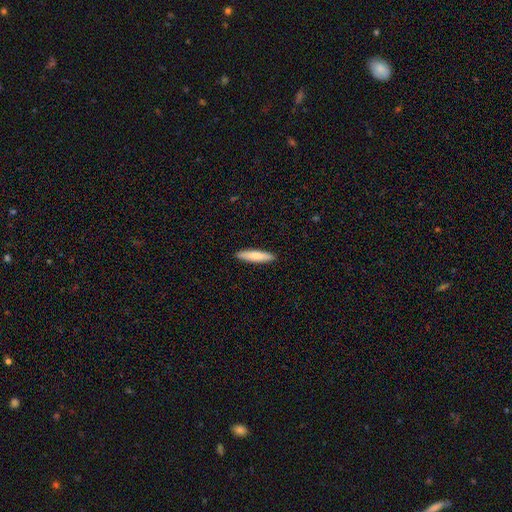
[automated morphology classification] smooth 77%, featured or disk 18%, star or artifact 5%. Down the decision tree: how rounded — cigar-shaped (84%); merging — none (92%).